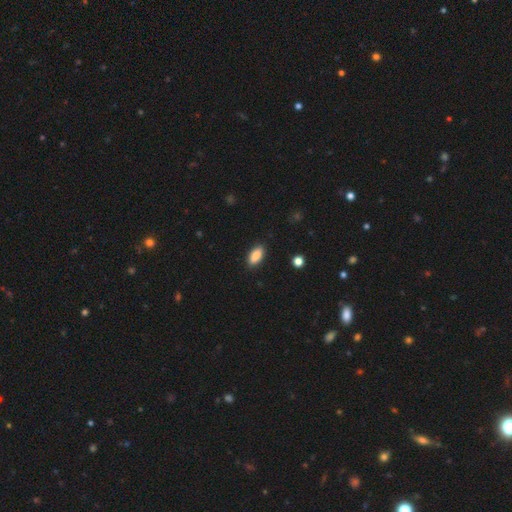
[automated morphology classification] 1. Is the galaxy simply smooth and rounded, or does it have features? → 88% smooth, 7% star or artifact, 5% featured or disk.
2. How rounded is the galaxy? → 88% in between, 9% cigar-shaped, 3% round.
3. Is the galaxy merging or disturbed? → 88% none, 8% minor disturbance, 2% major disturbance, 1% merger.